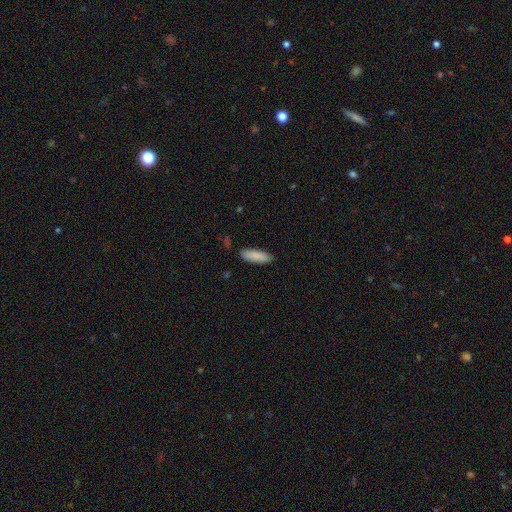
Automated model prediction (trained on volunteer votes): Smooth or featured? smooth (88%)
How rounded? in between (55%)
Merging? none (86%)